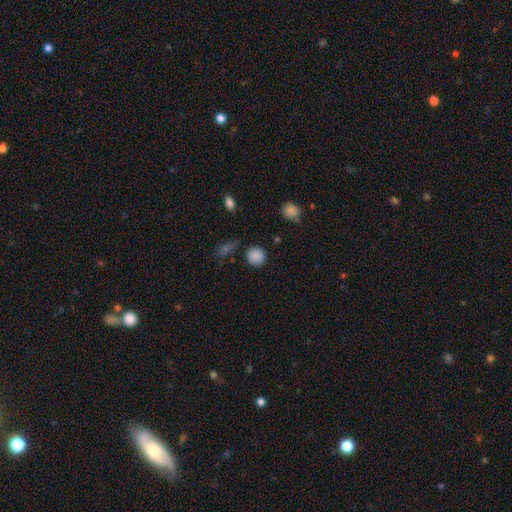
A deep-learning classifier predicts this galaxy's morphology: Smooth or featured?
  - smooth: 85% *
  - star or artifact: 11%
  - featured or disk: 4%
How rounded?
  - round: 90% *
  - in between: 9%
  - cigar-shaped: 1%
Merging?
  - none: 83% *
  - minor disturbance: 11%
  - major disturbance: 3%
  - merger: 3%